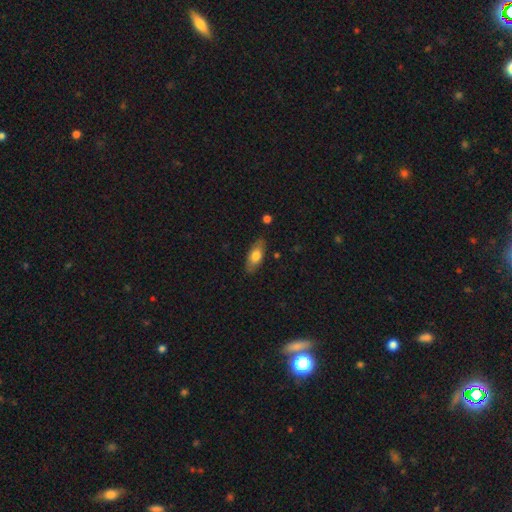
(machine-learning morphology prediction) smooth_or_featured: smooth (p=0.70) [alt: featured or disk p=0.23]
how_rounded: in between (p=0.84) [alt: cigar-shaped p=0.13]
merging: none (p=0.83) [alt: minor disturbance p=0.13]